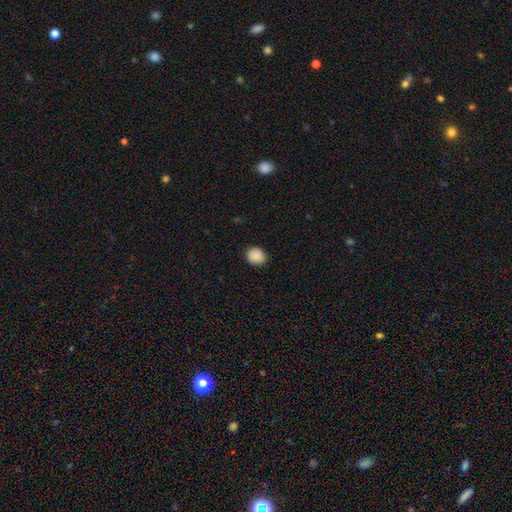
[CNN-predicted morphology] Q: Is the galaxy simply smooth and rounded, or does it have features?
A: smooth — 89%.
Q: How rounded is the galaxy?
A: round — 71%.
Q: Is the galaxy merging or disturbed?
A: none — 89%.